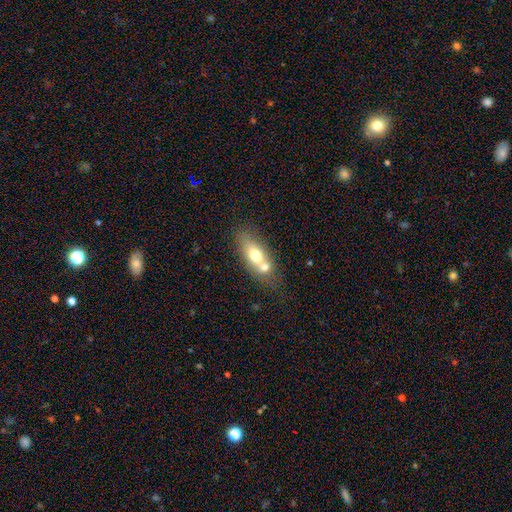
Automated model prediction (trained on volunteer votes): smooth 61%, featured or disk 32%, star or artifact 8%. Down the decision tree: how rounded — in between (72%); merging — merger (51%).